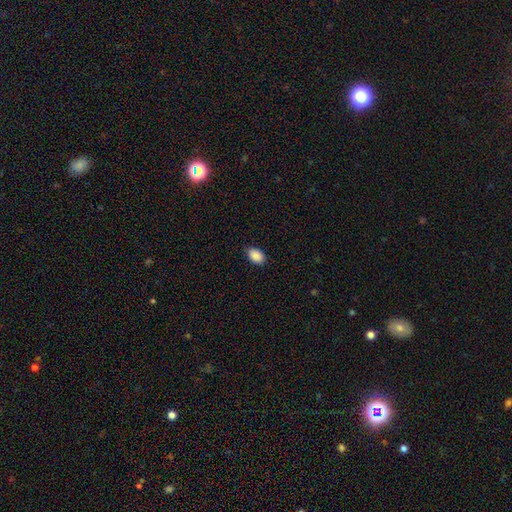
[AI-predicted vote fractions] smooth-or-featured: smooth: 90% | star or artifact: 8% | featured or disk: 3%
  how-rounded: in between: 87% | round: 12% | cigar-shaped: 1%
  merging: none: 86% | minor disturbance: 11% | major disturbance: 2% | merger: 1%